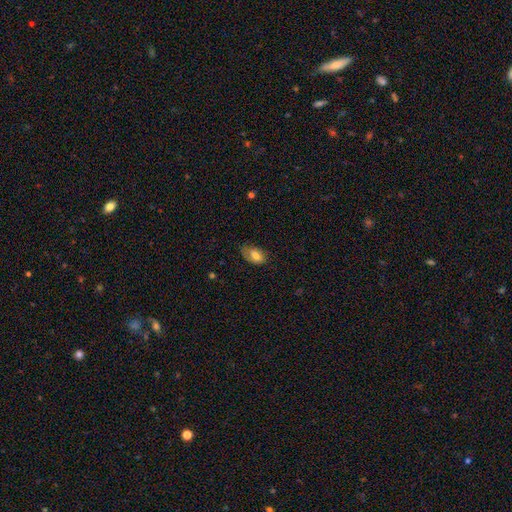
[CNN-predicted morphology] A smooth galaxy with no disk features (71%) that is in between round and cigar-shaped (91%).

Vote fractions:
- Smooth or featured? smooth: 71% / featured or disk: 20% / star or artifact: 8%
- How rounded? in between: 91% / round: 6% / cigar-shaped: 3%
- Merging? none: 60% / minor disturbance: 28% / major disturbance: 10% / merger: 1%